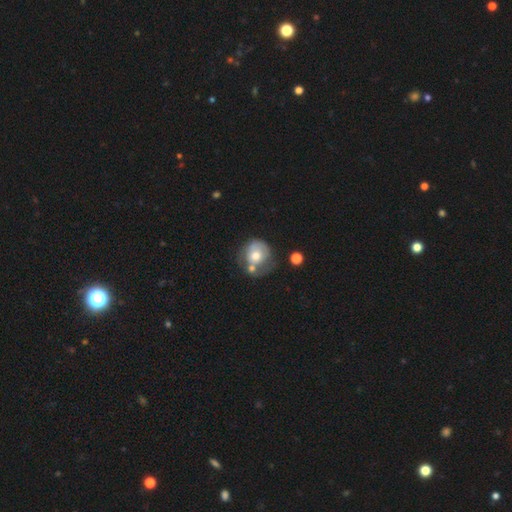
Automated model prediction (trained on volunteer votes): Overall: smooth (57%; featured or disk 36%). How rounded: round (83%). Merging: none (35%; merger 29%).